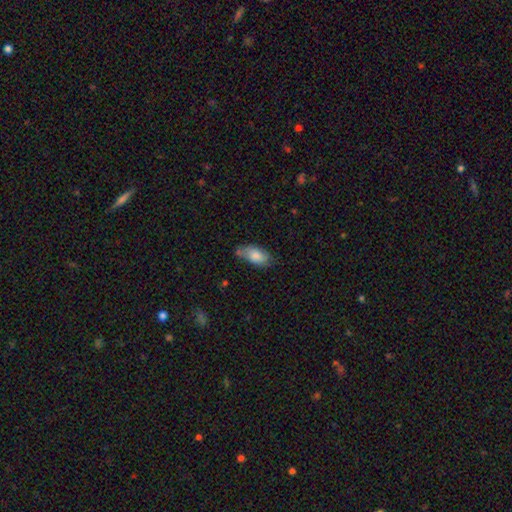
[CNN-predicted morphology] smooth_or_featured: smooth (p=0.81) [alt: featured or disk p=0.12]
how_rounded: in between (p=0.90) [alt: cigar-shaped p=0.07]
merging: none (p=0.58) [alt: minor disturbance p=0.29]